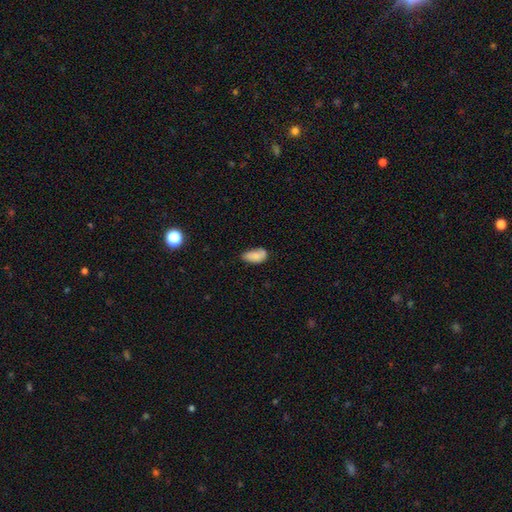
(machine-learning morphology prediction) type=smooth (81%); roundness=in between (93%); merging=none (51%).